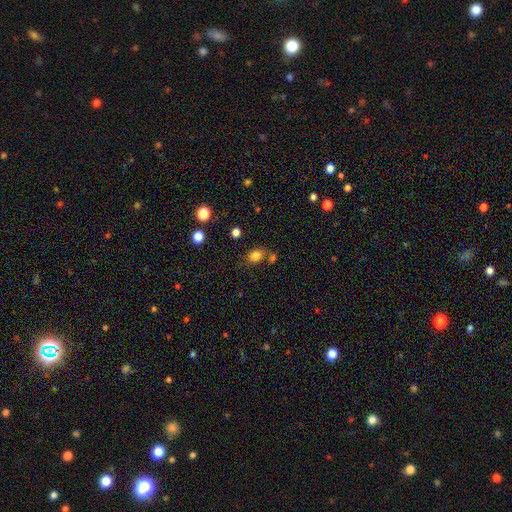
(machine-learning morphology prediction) The model was most divided on "how rounded": in between: 53%, round: 46%, cigar-shaped: 1%. More confident: smooth or featured — smooth (81%); merging — none (65%).